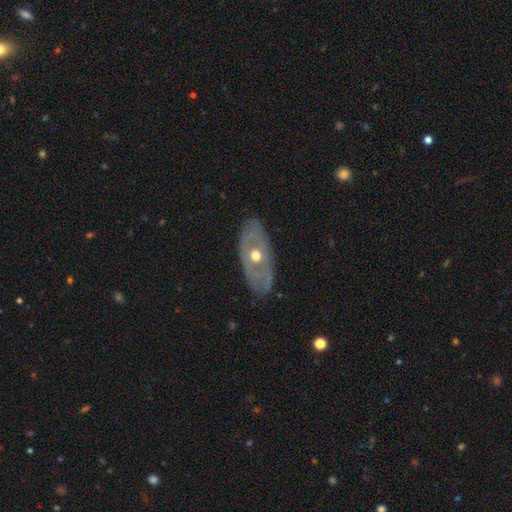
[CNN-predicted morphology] type=featured or disk (67%); edge-on=no (85%); bar=no (91%); spiral arms=no (72%); bulge=moderate (79%); merging=none (80%).